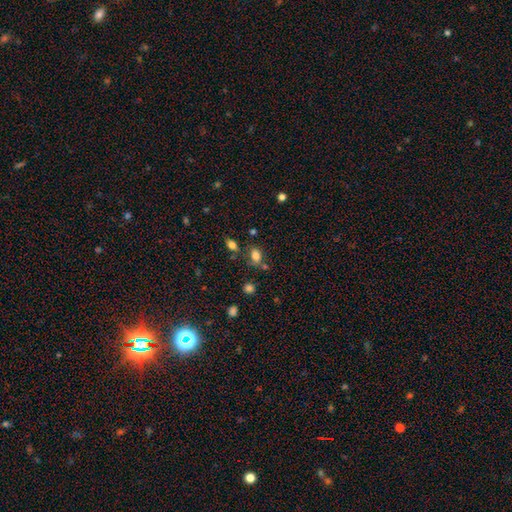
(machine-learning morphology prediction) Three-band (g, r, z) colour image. It shows a smooth galaxy with no disk features (79%) that is in between round and cigar-shaped (76%). Merging: none (65%).